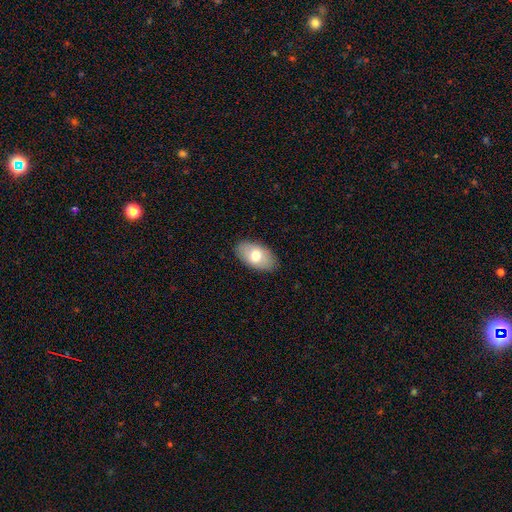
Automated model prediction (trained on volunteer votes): Q: Smooth or featured?
A: smooth (72%); runner-up: featured or disk (22%)
Q: How rounded?
A: in between (94%); runner-up: round (4%)
Q: Merging?
A: none (87%); runner-up: minor disturbance (10%)